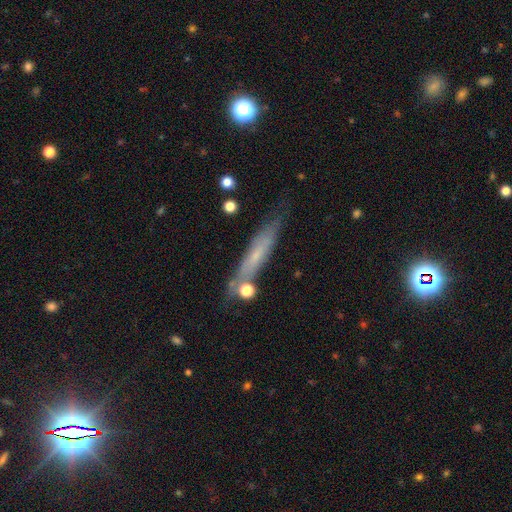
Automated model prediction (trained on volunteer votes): This is possibly a smooth galaxy (46%). Merging: likely none (71%).